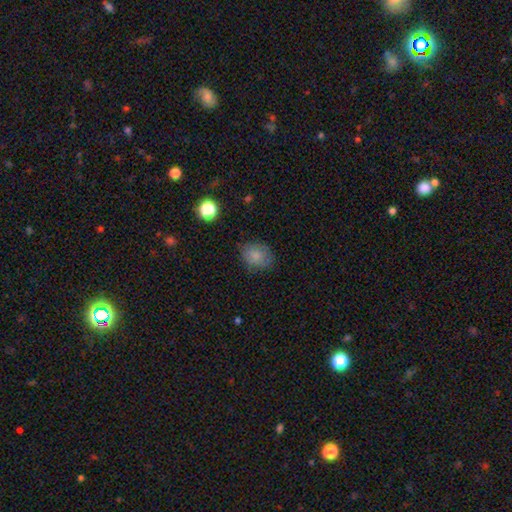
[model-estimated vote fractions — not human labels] A smooth galaxy with no disk features (81%) that is in between round and cigar-shaped (50%). Merging: none (77%).